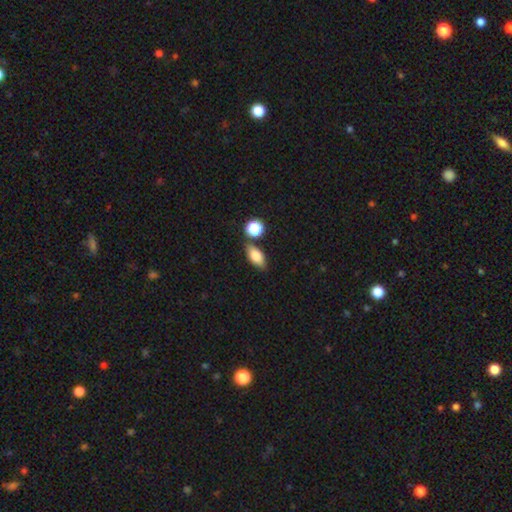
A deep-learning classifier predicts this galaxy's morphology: This is clearly a smooth galaxy (80%). How rounded: clearly in between (85%). Merging: likely none (74%).